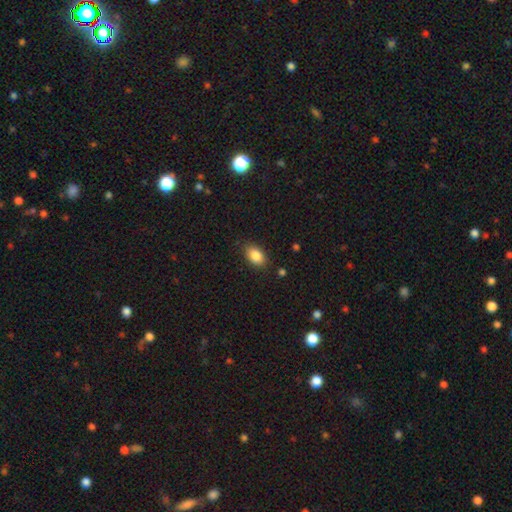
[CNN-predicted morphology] type=smooth (86%); roundness=in between (86%); merging=none (83%).